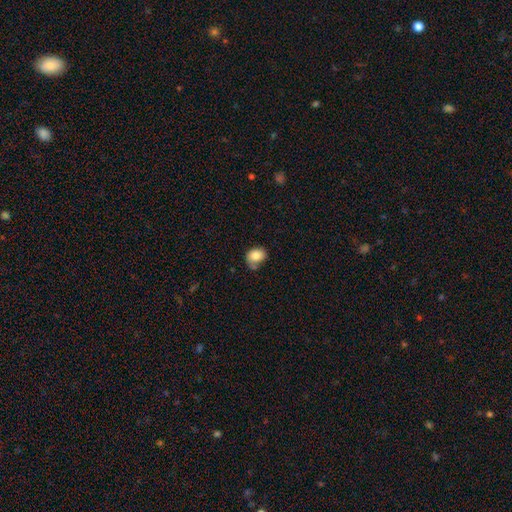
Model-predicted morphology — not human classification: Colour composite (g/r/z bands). It shows a smooth galaxy with no disk features (82%) that is in between round and cigar-shaped (50%). Merging: none (48%).